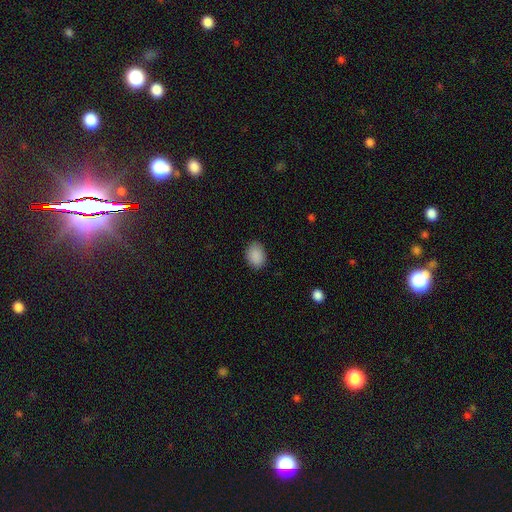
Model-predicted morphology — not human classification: smooth-or-featured: smooth: 89% | star or artifact: 8% | featured or disk: 3%
  how-rounded: in between: 68% | round: 31% | cigar-shaped: 1%
  merging: none: 85% | minor disturbance: 11% | major disturbance: 3% | merger: 1%